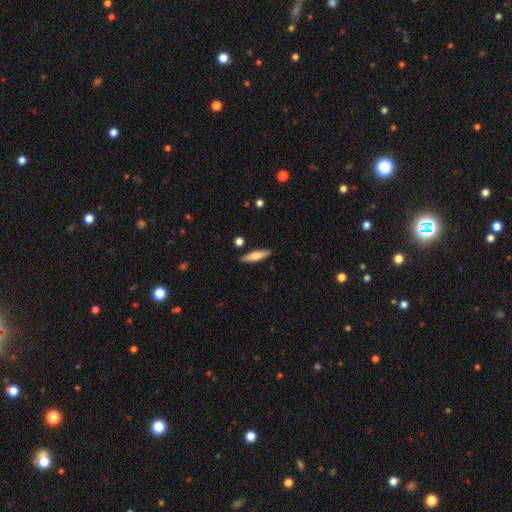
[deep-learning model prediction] Smooth or featured: smooth — 67% (featured or disk — 27%)
How rounded: cigar-shaped — 73% (in between — 25%)
Merging: none — 88% (minor disturbance — 8%)